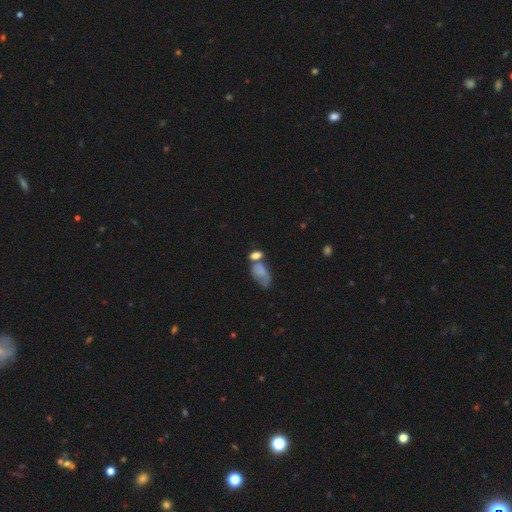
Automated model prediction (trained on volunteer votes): Smooth or featured? smooth (72%)
How rounded? in between (83%)
Merging? merger (41%)